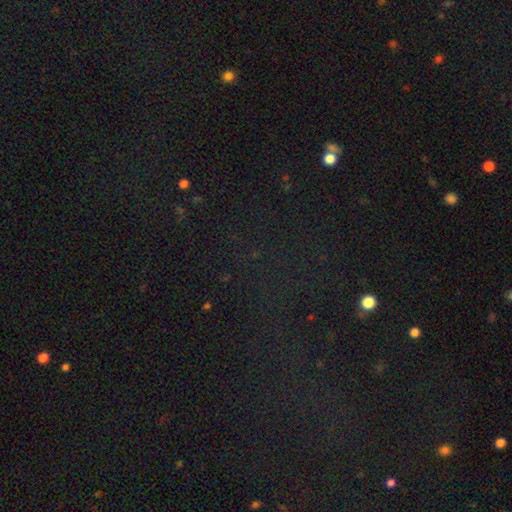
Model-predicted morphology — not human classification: Smooth or featured?
  - star or artifact: 75% *
  - smooth: 16%
  - featured or disk: 9%